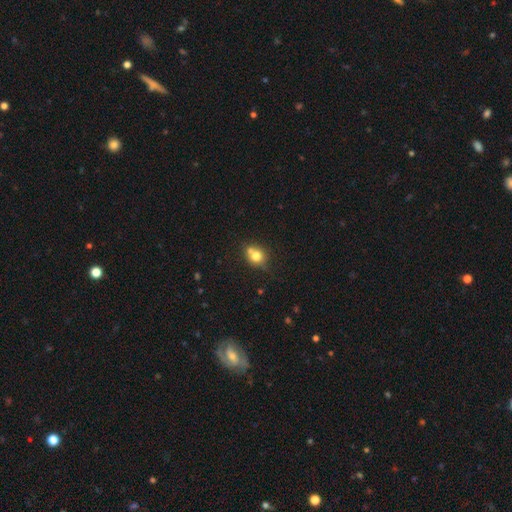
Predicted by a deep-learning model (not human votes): smooth-or-featured: smooth: 74% | featured or disk: 14% | star or artifact: 11%
  how-rounded: round: 71% | in between: 28% | cigar-shaped: 1%
  merging: none: 53% | merger: 28% | minor disturbance: 15% | major disturbance: 4%